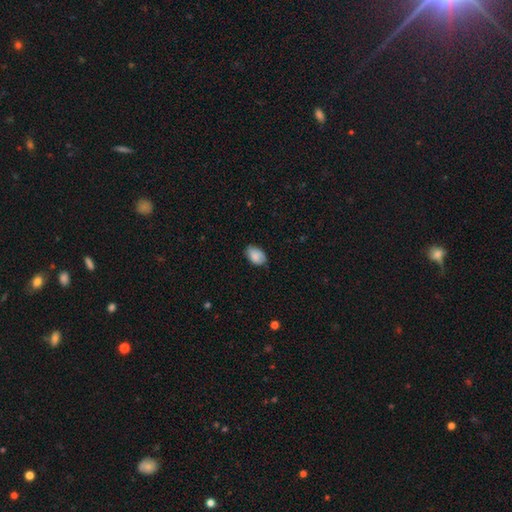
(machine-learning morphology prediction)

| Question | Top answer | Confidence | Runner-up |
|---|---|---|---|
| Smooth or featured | smooth | 82% | featured or disk (10%) |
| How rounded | in between | 88% | round (11%) |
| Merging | none | 74% | minor disturbance (22%) |